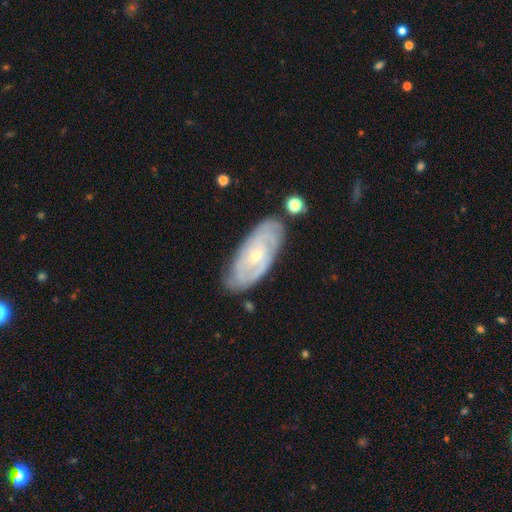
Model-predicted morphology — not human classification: A featured or disk galaxy (79%) with no bar (68%), tight (73%) spiral arms (92%) and a small central bulge (75%).

Vote fractions:
- Smooth or featured? featured or disk: 79% / smooth: 15% / star or artifact: 6%
- Edge-on disk? no: 92% / yes: 8%
- Bar? no: 68% / weak: 26% / strong: 6%
- Spiral arms? yes: 92% / no: 8%
- Spiral winding? tight: 73% / medium: 21% / loose: 5%
- Spiral arm count? can't tell: 43% / 2: 26% / 3: 13% / 4: 9% / more than 4: 5% / 1: 4%
- Bulge size? small: 75% / moderate: 22% / none: 1% / large: 1% / dominant: 1%
- Merging? none: 78% / minor disturbance: 16% / major disturbance: 3% / merger: 3%